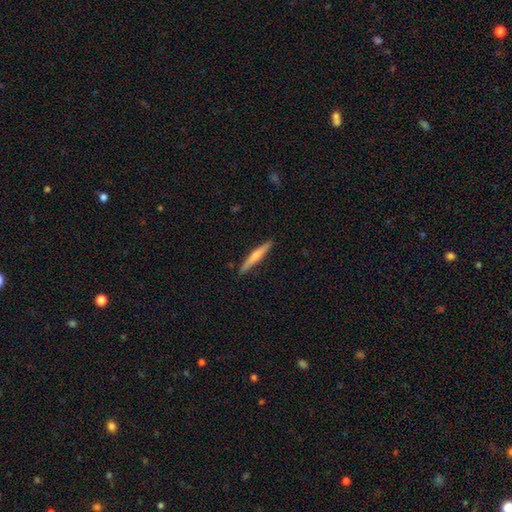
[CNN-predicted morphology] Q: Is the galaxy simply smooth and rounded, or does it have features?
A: smooth — 56%.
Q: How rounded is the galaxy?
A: cigar-shaped — 94%.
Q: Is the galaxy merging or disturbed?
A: none — 90%.